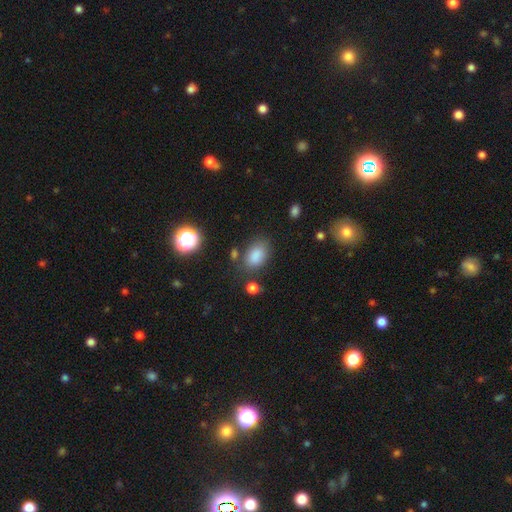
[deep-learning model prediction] A smooth galaxy with no disk features (84%) that is in between round and cigar-shaped (82%). Merging: none (73%).